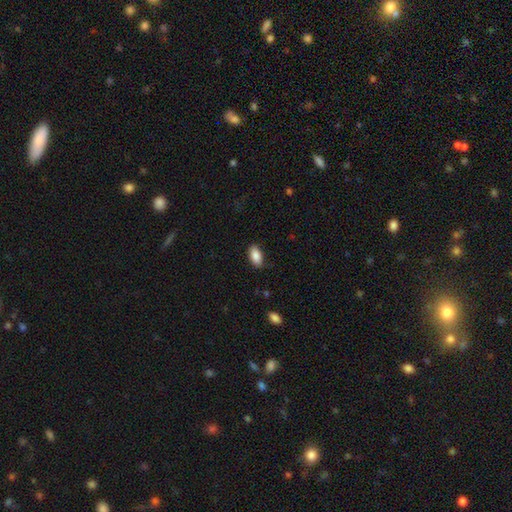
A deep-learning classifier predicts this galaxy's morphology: smooth-or-featured: smooth: 88% | star or artifact: 7% | featured or disk: 5%
  how-rounded: in between: 92% | cigar-shaped: 5% | round: 3%
  merging: none: 85% | minor disturbance: 12% | major disturbance: 3% | merger: 1%